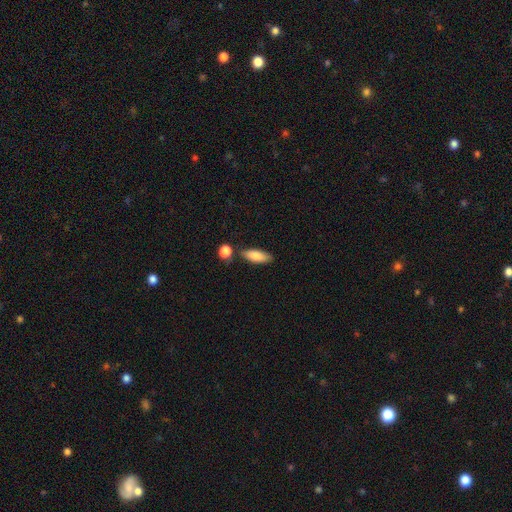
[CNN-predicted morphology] Smooth or featured?
  - smooth: 83% *
  - featured or disk: 10%
  - star or artifact: 6%
How rounded?
  - in between: 72% *
  - cigar-shaped: 25%
  - round: 3%
Merging?
  - none: 73% *
  - minor disturbance: 14%
  - merger: 10%
  - major disturbance: 3%